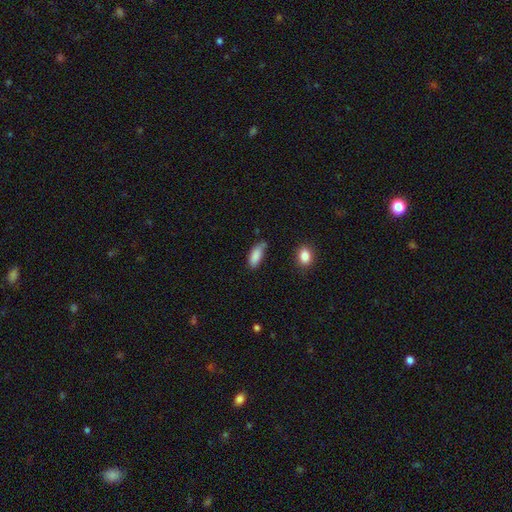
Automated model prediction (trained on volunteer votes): This appears to be a smooth galaxy with no disk features (86%) that is in between round and cigar-shaped (81%). Merging: none (54%).